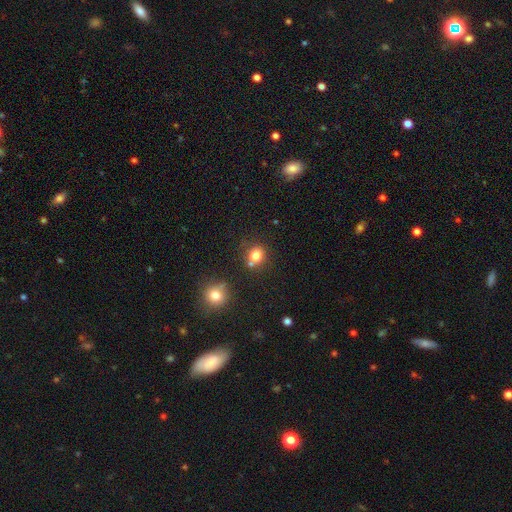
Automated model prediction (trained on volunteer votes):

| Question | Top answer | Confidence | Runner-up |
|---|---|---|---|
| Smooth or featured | smooth | 80% | star or artifact (13%) |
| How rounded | round | 80% | in between (19%) |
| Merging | none | 66% | merger (18%) |